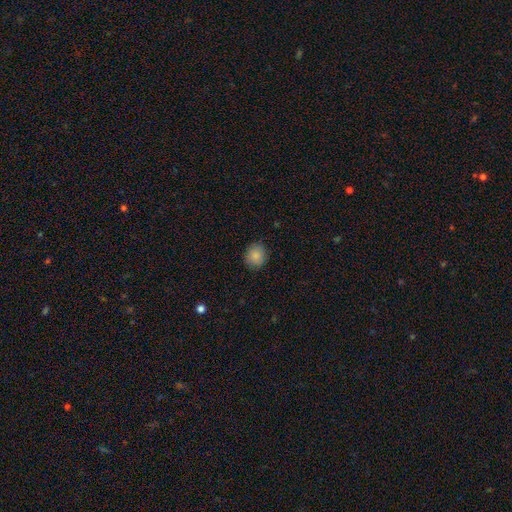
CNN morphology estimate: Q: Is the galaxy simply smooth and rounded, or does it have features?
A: smooth — 86%.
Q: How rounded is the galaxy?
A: round — 79%.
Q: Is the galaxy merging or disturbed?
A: none — 88%.